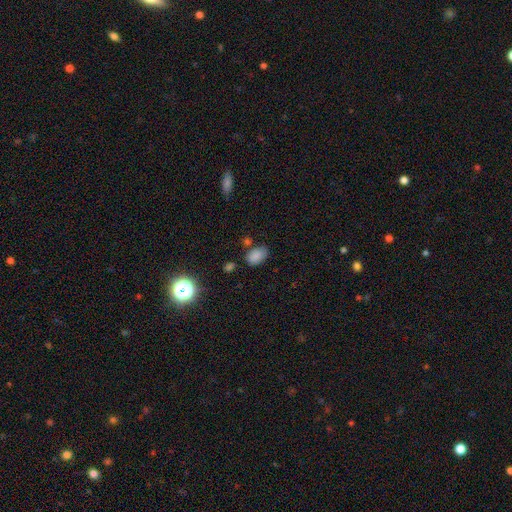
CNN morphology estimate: A smooth galaxy with no disk features (81%) that is in between round and cigar-shaped (85%). Merging: none (69%).